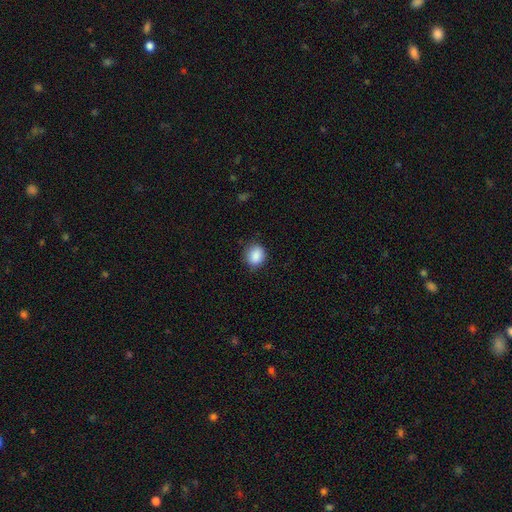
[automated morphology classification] Smooth or featured: smooth — 88% (star or artifact — 8%)
How rounded: round — 68% (in between — 31%)
Merging: none — 80% (minor disturbance — 16%)